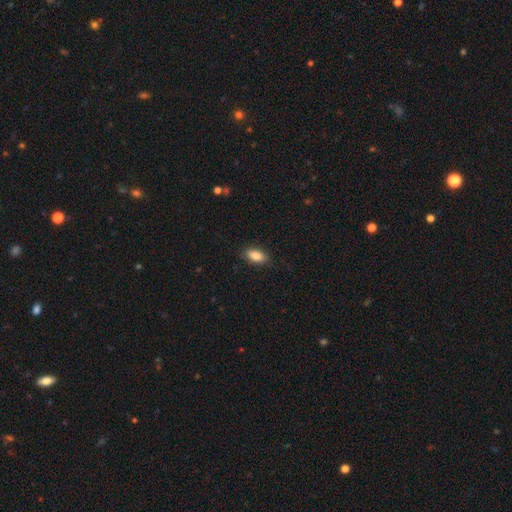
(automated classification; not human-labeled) A smooth galaxy with no disk features (85%) that is in between round and cigar-shaped (90%).

Vote fractions:
- Smooth or featured? smooth: 85% / star or artifact: 7% / featured or disk: 7%
- How rounded? in between: 90% / cigar-shaped: 5% / round: 5%
- Merging? none: 86% / minor disturbance: 10% / major disturbance: 2% / merger: 1%